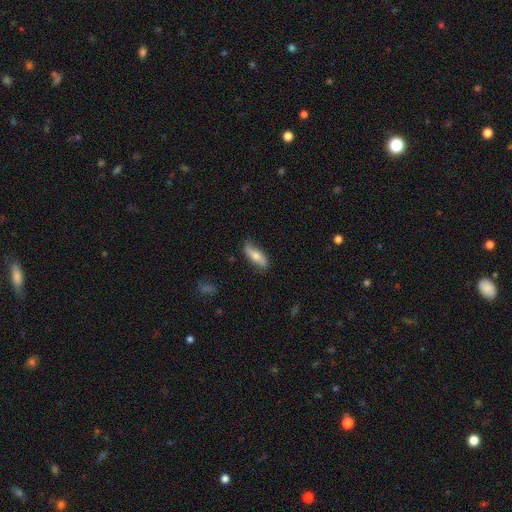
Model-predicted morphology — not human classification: This is possibly a smooth galaxy (54%). How rounded: possibly in between (54%). Merging: likely none (76%).